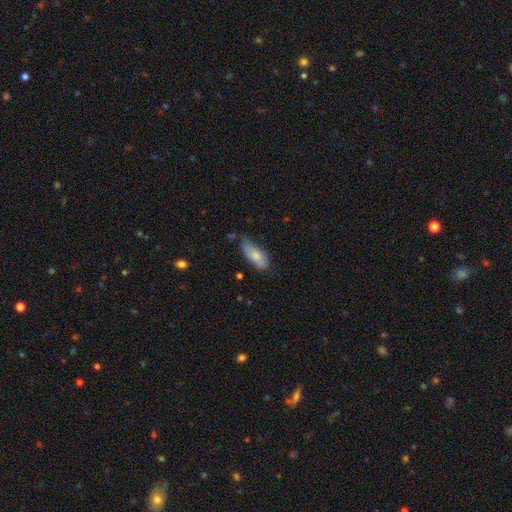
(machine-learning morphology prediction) The model was most divided on "merging": none: 51%, minor disturbance: 38%, major disturbance: 7%, merger: 3%. More confident: how rounded — in between (82%); smooth or featured — smooth (79%).